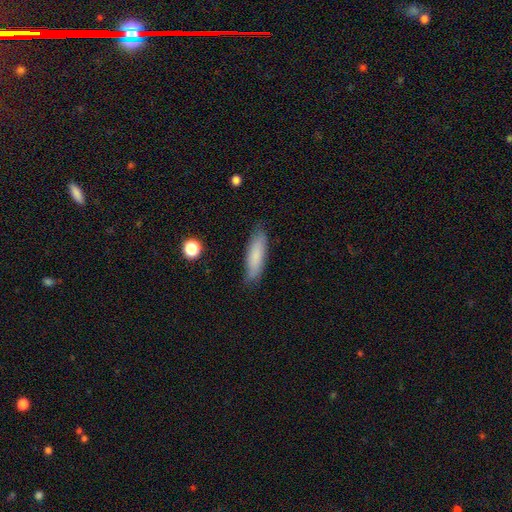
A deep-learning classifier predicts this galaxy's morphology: type=smooth (81%); roundness=cigar-shaped (58%); merging=none (82%).